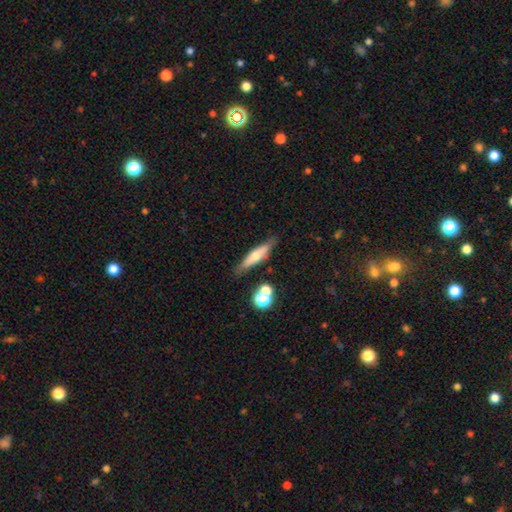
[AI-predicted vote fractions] A smooth galaxy with no disk features (46%, tied with featured or disk). Merging: none (76%).